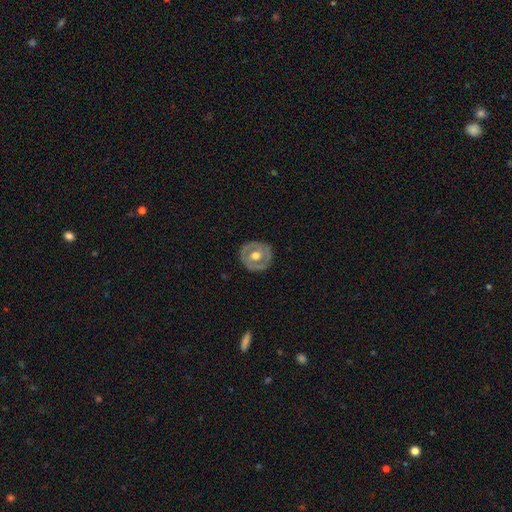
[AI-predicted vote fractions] Smooth or featured: featured or disk — 58% (smooth — 37%)
Edge-on disk: no — 95% (yes — 5%)
Bar: no — 73% (weak — 20%)
Spiral arms: no — 80% (yes — 20%)
Bulge size: moderate — 72% (large — 20%)
Merging: none — 84% (minor disturbance — 12%)